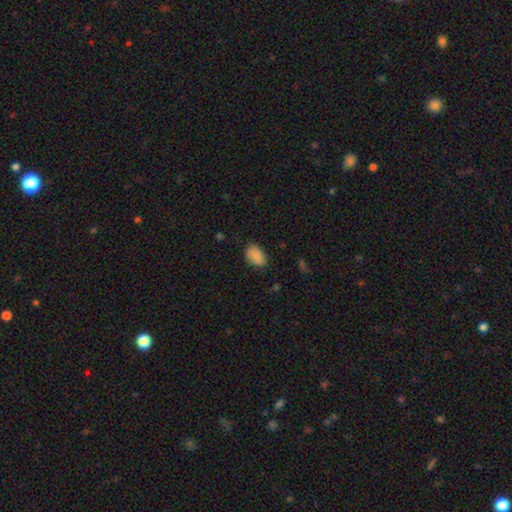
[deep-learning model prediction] This appears to be a smooth galaxy with no disk features (86%) that is in between round and cigar-shaped (87%). Merging: none (73%).